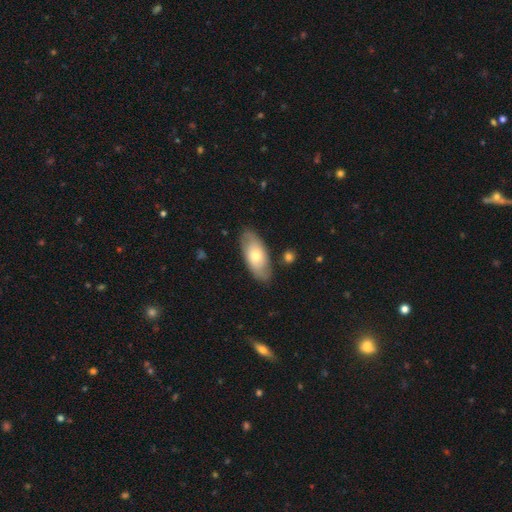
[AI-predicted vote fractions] Smooth or featured? smooth (60%)
How rounded? in between (89%)
Merging? none (80%)